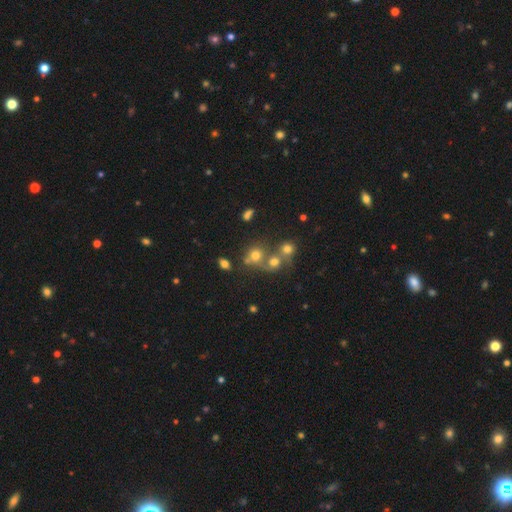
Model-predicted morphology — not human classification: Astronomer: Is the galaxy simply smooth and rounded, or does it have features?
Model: smooth — 63%.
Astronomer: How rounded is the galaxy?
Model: round — 75%.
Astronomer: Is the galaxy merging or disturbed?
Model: none — 43% (runner-up: merger, 42%).